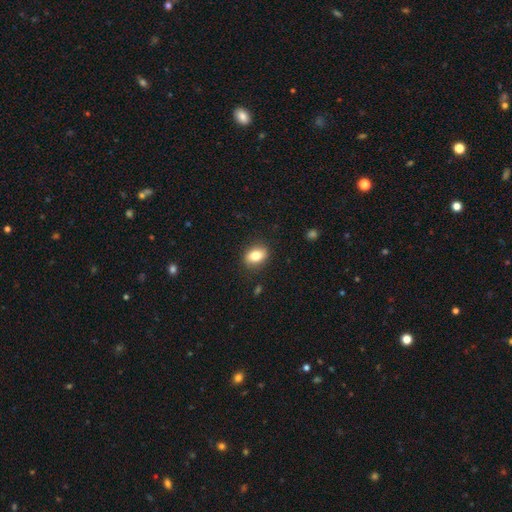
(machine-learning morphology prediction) Smooth or featured? Predicted: smooth (p=0.79). How rounded? Predicted: in between (p=0.72). Merging? Predicted: none (p=0.87).